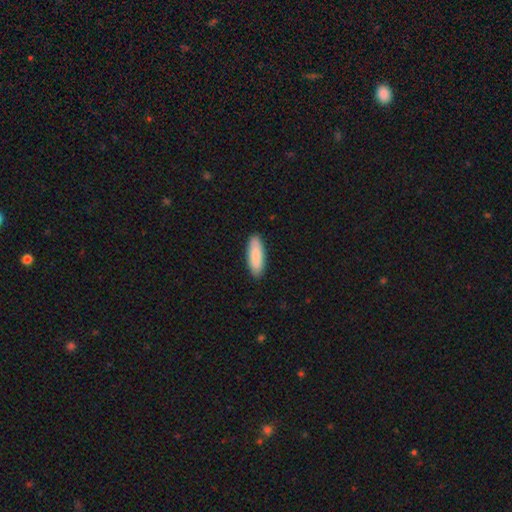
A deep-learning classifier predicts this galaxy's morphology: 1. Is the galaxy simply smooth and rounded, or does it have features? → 88% smooth, 7% featured or disk, 5% star or artifact.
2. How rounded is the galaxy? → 63% in between, 36% cigar-shaped, 2% round.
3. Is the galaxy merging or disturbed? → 90% none, 8% minor disturbance, 2% major disturbance, 1% merger.